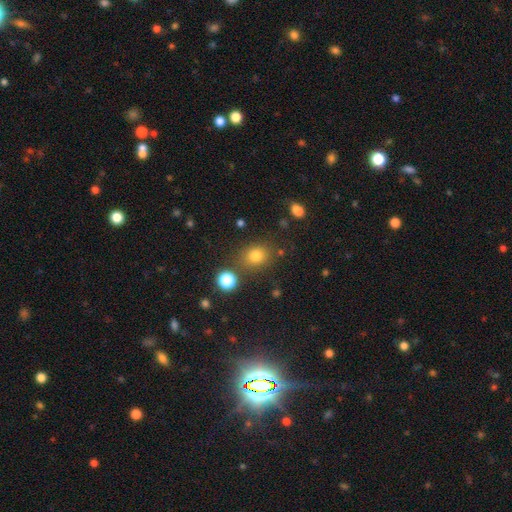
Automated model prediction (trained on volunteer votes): Smooth or featured?
  - smooth: 79% *
  - star or artifact: 14%
  - featured or disk: 7%
How rounded?
  - round: 61% *
  - in between: 38%
  - cigar-shaped: 1%
Merging?
  - none: 77% *
  - minor disturbance: 12%
  - merger: 7%
  - major disturbance: 4%